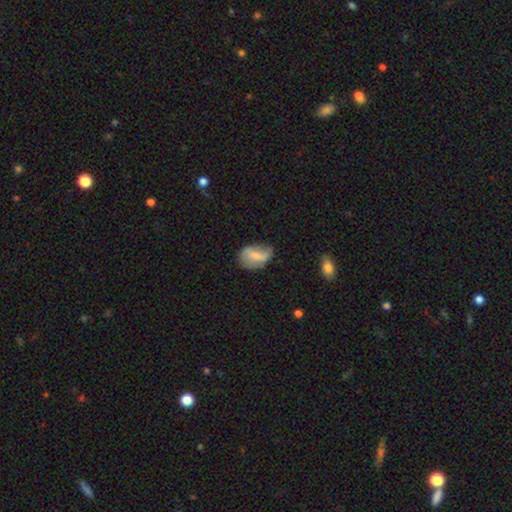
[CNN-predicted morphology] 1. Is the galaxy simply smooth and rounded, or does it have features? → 60% smooth, 33% featured or disk, 8% star or artifact.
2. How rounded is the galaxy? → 85% in between, 13% round, 2% cigar-shaped.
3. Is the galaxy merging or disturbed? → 48% none, 37% minor disturbance, 13% major disturbance, 2% merger.